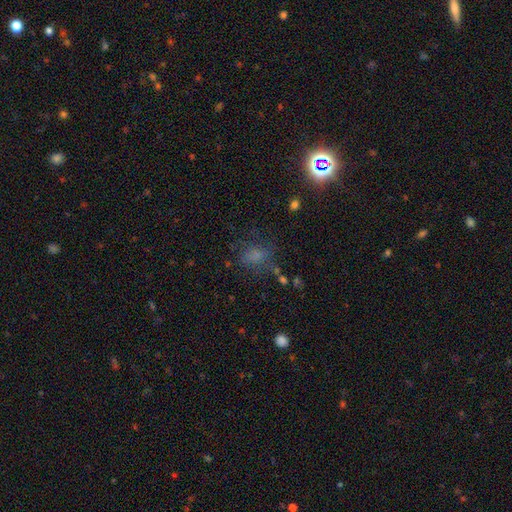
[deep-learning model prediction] smooth-or-featured: smooth: 58% | star or artifact: 25% | featured or disk: 17%
  how-rounded: in between: 62% | round: 35% | cigar-shaped: 3%
  merging: none: 54% | minor disturbance: 21% | major disturbance: 20% | merger: 5%